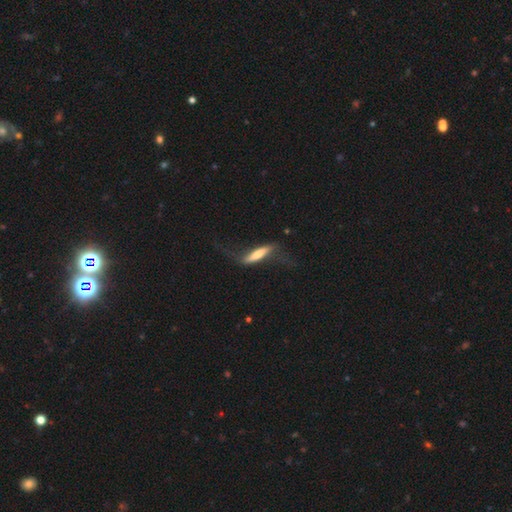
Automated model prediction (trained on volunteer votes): Q: Smooth or featured?
A: featured or disk (57%); runner-up: smooth (37%)
Q: Edge-on disk?
A: yes (58%); runner-up: no (42%)
Q: Merging?
A: none (46%); runner-up: major disturbance (30%)